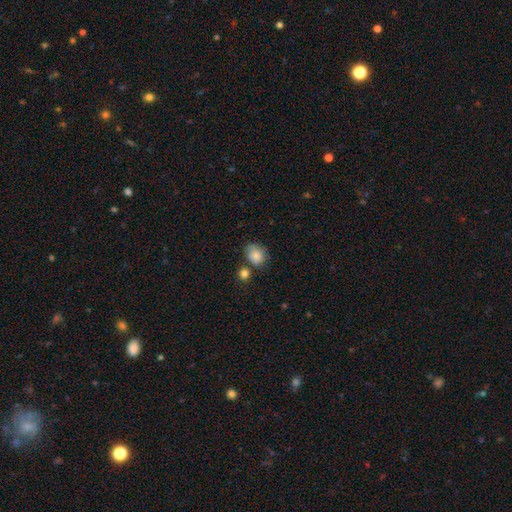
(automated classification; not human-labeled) smooth 83%, star or artifact 9%, featured or disk 9%. Down the decision tree: how rounded — round (59%); merging — none (58%).